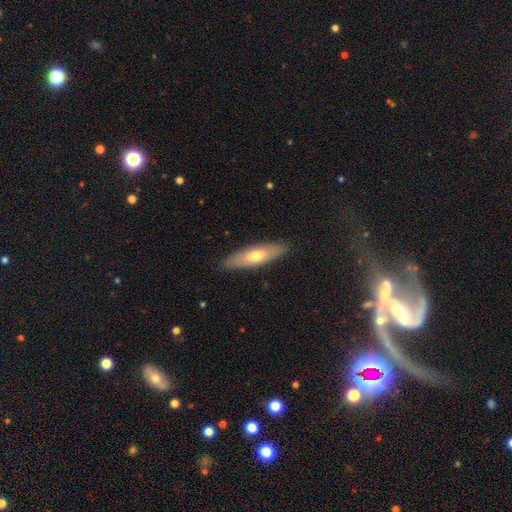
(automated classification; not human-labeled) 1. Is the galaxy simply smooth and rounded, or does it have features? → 58% smooth, 36% featured or disk, 6% star or artifact.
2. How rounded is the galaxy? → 55% cigar-shaped, 43% in between, 2% round.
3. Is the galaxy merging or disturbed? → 86% none, 10% minor disturbance, 2% major disturbance, 1% merger.